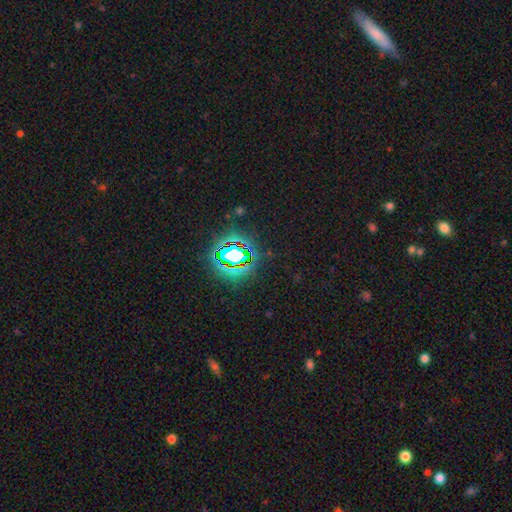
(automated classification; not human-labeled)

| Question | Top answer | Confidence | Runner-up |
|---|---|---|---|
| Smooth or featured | star or artifact | 80% | smooth (12%) |